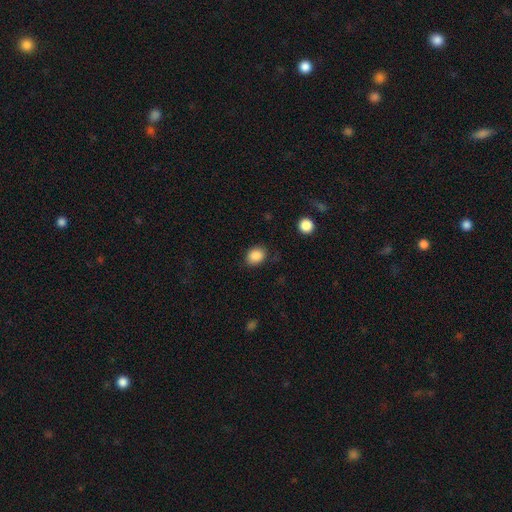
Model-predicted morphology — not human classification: The model was most divided on "how rounded": in between: 52%, round: 47%, cigar-shaped: 1%. More confident: smooth or featured — smooth (87%); merging — none (80%).